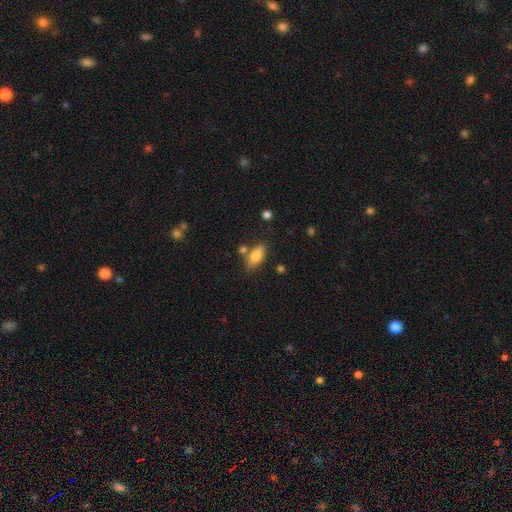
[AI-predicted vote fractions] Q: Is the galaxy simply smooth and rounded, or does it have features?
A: smooth — 76%.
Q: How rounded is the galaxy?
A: in between — 80%.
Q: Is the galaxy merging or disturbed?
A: none — 71%.